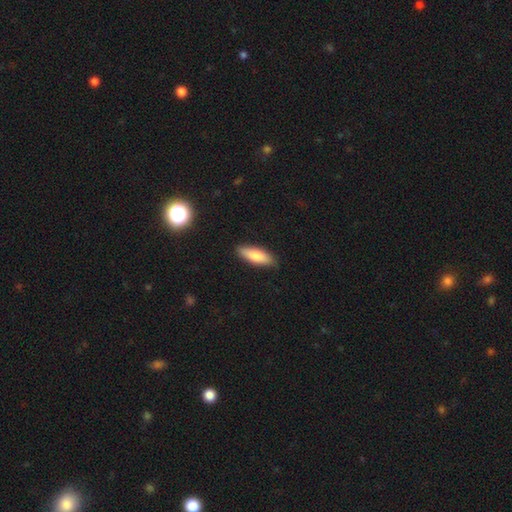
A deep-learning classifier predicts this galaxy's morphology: Overall: smooth (80%). How rounded: in between (54%; cigar-shaped 44%). Merging: none (87%).